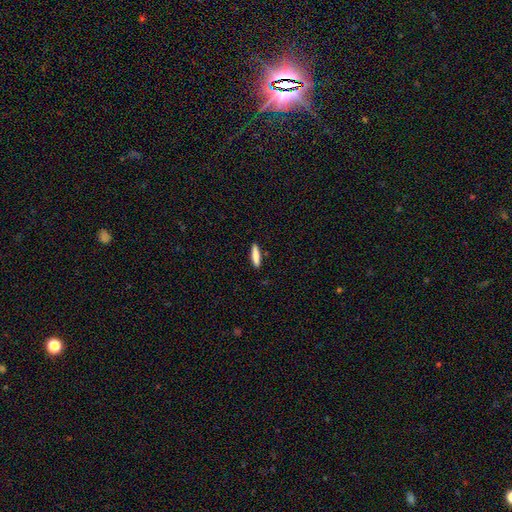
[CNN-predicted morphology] smooth_or_featured: smooth (p=0.82) [alt: featured or disk p=0.12]
how_rounded: cigar-shaped (p=0.76) [alt: in between p=0.22]
merging: none (p=0.89) [alt: minor disturbance p=0.08]